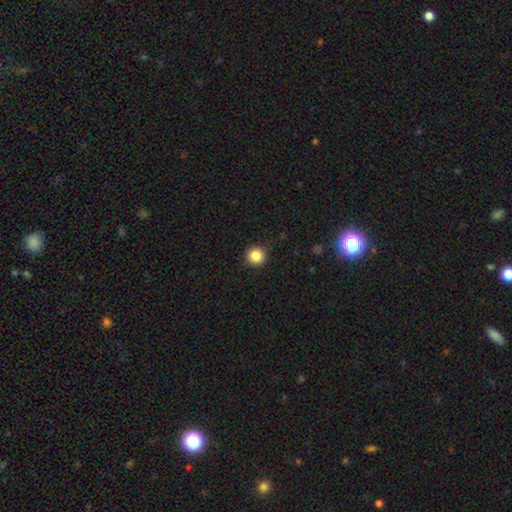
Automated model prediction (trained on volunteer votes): Morphology: type=smooth (86%); roundness=round (95%); merging=none (91%).